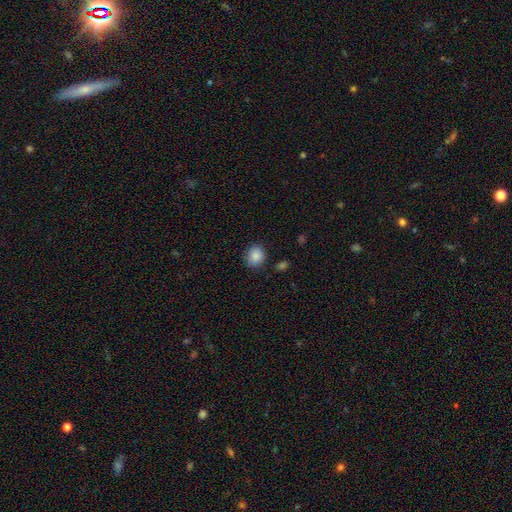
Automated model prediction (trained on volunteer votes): Smooth or featured: smooth — 87% (star or artifact — 9%)
How rounded: round — 73% (in between — 26%)
Merging: none — 85% (minor disturbance — 10%)